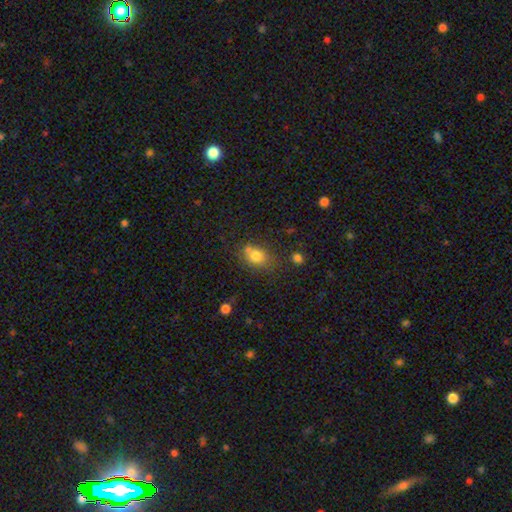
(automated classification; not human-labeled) smooth-or-featured: smooth: 77% | star or artifact: 12% | featured or disk: 11%
  how-rounded: in between: 56% | round: 42% | cigar-shaped: 1%
  merging: none: 58% | minor disturbance: 19% | merger: 16% | major disturbance: 6%